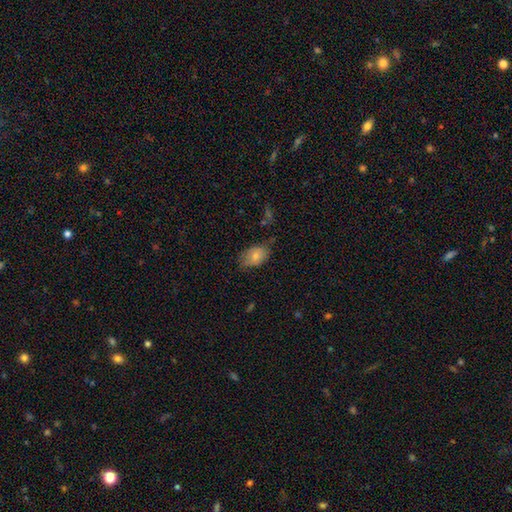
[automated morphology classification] smooth-or-featured: smooth: 75% | featured or disk: 17% | star or artifact: 8%
  how-rounded: in between: 86% | round: 13% | cigar-shaped: 1%
  merging: none: 63% | minor disturbance: 28% | major disturbance: 7% | merger: 2%